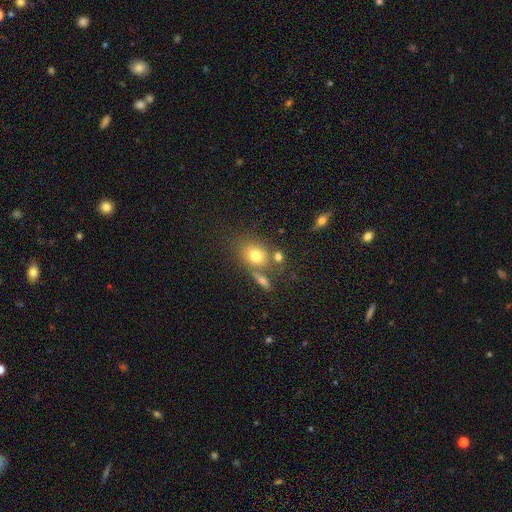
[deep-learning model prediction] This is likely a smooth galaxy (73%). How rounded: possibly in between (51%). Merging: possibly none (57%).